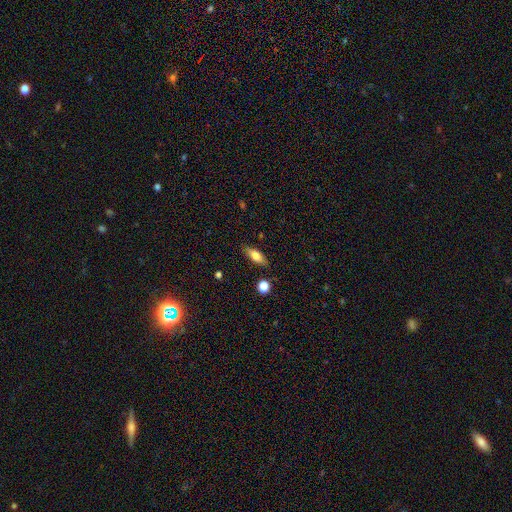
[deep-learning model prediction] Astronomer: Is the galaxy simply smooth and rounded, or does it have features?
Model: smooth — 75%.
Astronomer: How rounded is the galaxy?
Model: in between — 73%.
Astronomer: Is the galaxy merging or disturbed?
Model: none — 81%.